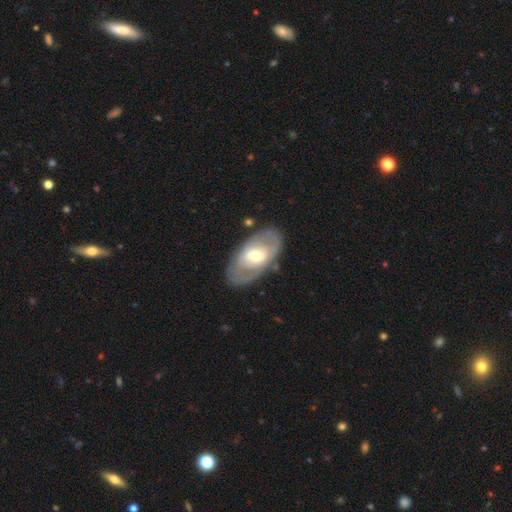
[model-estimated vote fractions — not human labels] This appears to be a featured or disk galaxy (63%) with no bar (47%), no spiral arms (59%) and a moderate central bulge (65%). Merging: none (76%).